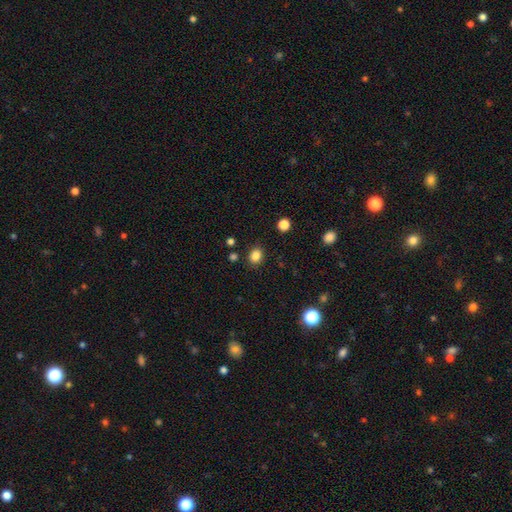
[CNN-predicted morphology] This appears to be a smooth galaxy with no disk features (84%) that is round (61%). Merging: none (86%).